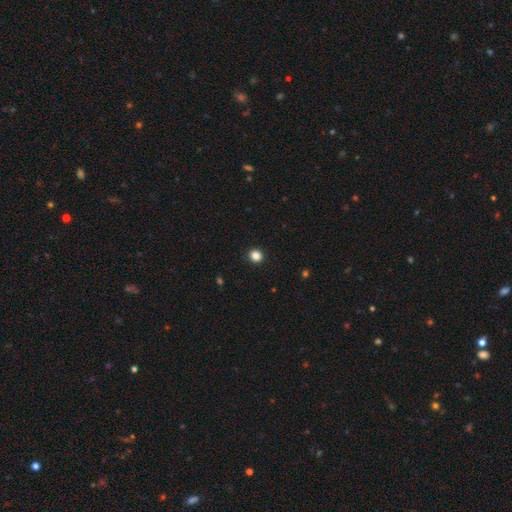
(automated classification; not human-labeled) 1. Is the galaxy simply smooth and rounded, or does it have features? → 85% smooth, 12% star or artifact, 3% featured or disk.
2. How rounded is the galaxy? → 88% round, 12% in between, 1% cigar-shaped.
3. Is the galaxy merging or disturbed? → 93% none, 4% minor disturbance, 2% major disturbance, 1% merger.